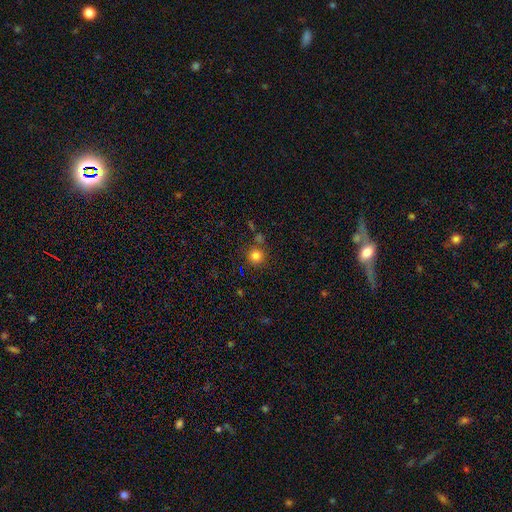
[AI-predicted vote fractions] Morphology: type=smooth (81%); roundness=round (93%); merging=none (77%).